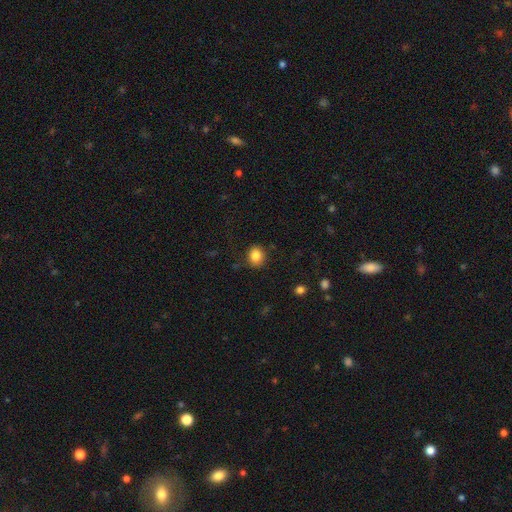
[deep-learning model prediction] This appears to be a smooth galaxy with no disk features (86%) that is round (67%). Merging: none (85%).